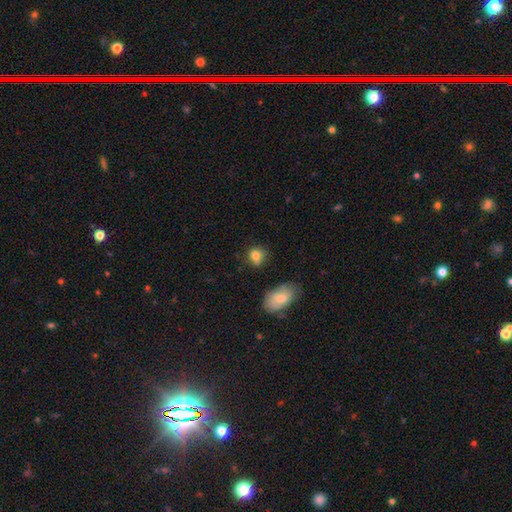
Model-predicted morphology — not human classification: A smooth galaxy with no disk features (81%) that is round (64%). Merging: none (68%).